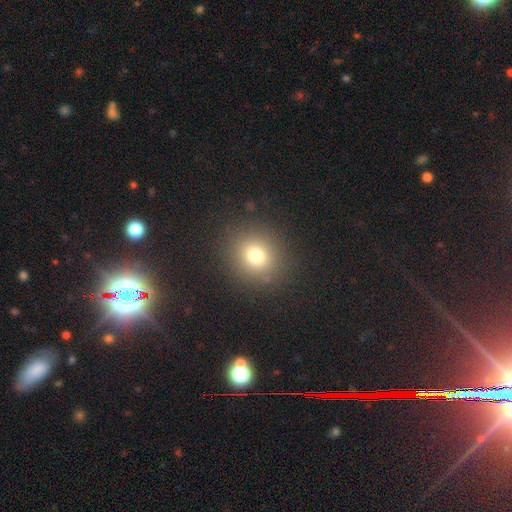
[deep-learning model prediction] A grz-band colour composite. It shows a smooth galaxy with no disk features (75%) that is round (85%). Merging: none (88%).